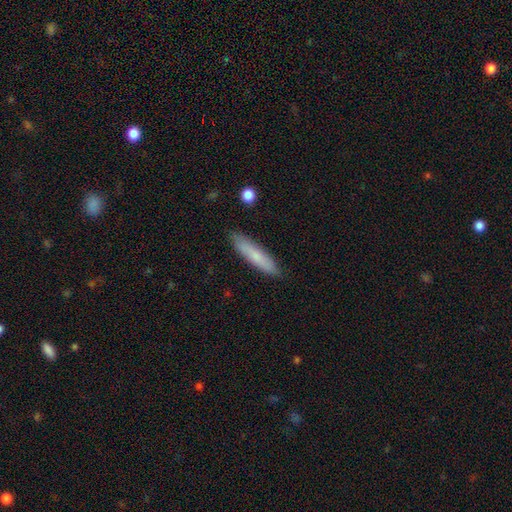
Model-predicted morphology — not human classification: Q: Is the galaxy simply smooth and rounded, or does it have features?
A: smooth — 73%.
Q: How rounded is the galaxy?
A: cigar-shaped — 84%.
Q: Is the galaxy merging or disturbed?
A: none — 87%.